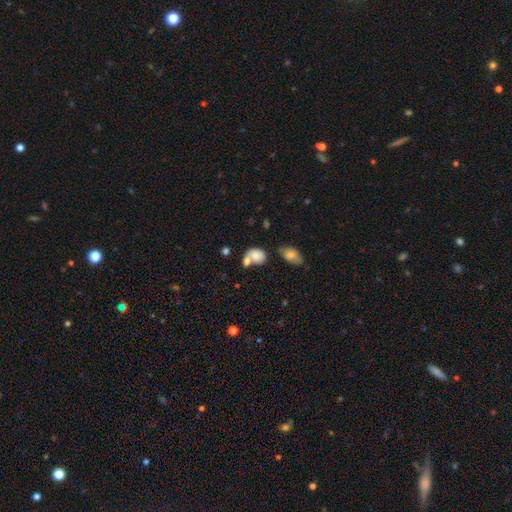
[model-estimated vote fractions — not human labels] smooth 78%, featured or disk 13%, star or artifact 9%. Down the decision tree: how rounded — in between (62%); merging — merger (47%).